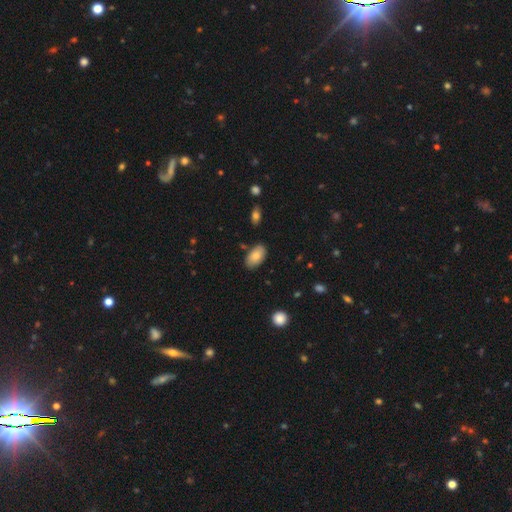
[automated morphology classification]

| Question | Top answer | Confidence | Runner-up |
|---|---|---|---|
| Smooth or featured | smooth | 82% | featured or disk (11%) |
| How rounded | in between | 94% | round (4%) |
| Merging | none | 81% | minor disturbance (13%) |